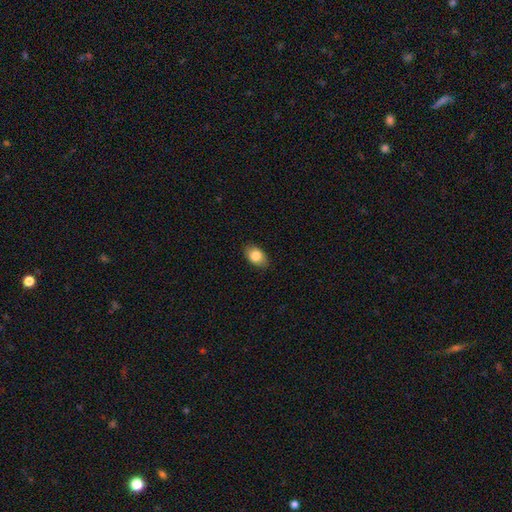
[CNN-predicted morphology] type=smooth (83%); roundness=in between (83%); merging=none (86%).